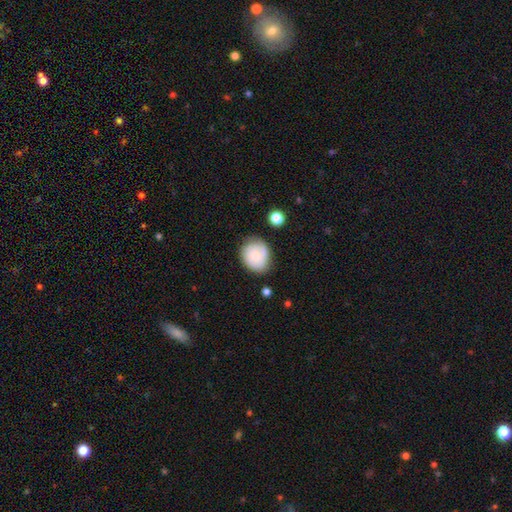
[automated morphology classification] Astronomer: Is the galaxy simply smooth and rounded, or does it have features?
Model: smooth — 56% (runner-up: featured or disk, 37%).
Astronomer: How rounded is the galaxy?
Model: round — 65%.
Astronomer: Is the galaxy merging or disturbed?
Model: none — 68%.